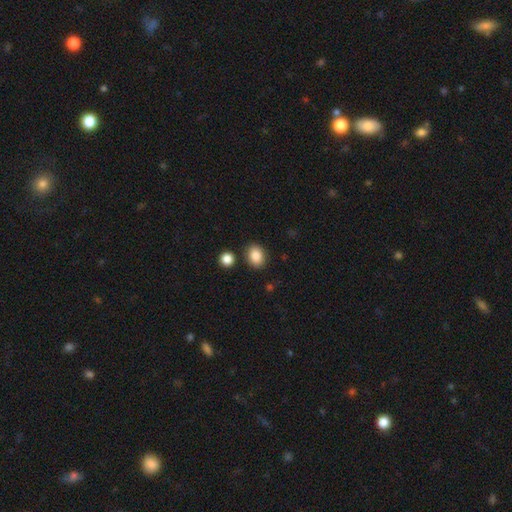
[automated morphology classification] This is clearly a smooth galaxy (87%). How rounded: possibly in between (60%). Merging: clearly none (84%).